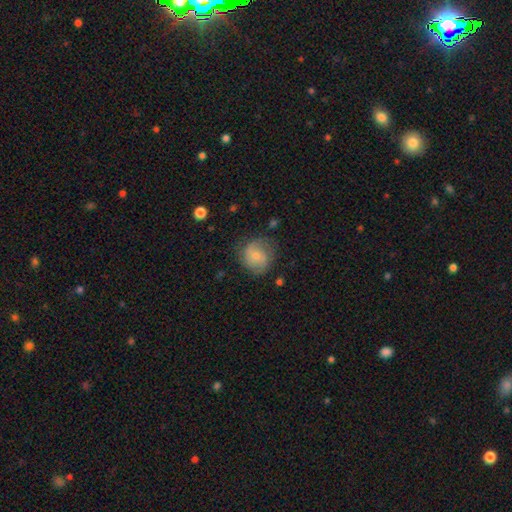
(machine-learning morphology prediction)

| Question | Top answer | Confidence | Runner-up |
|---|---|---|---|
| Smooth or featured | smooth | 58% | featured or disk (34%) |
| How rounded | round | 83% | in between (16%) |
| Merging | none | 68% | minor disturbance (22%) |